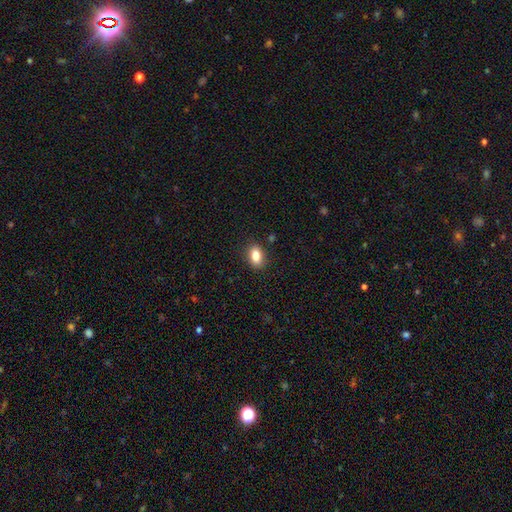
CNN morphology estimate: A smooth galaxy with no disk features (84%) that is in between round and cigar-shaped (81%). Merging: none (87%).